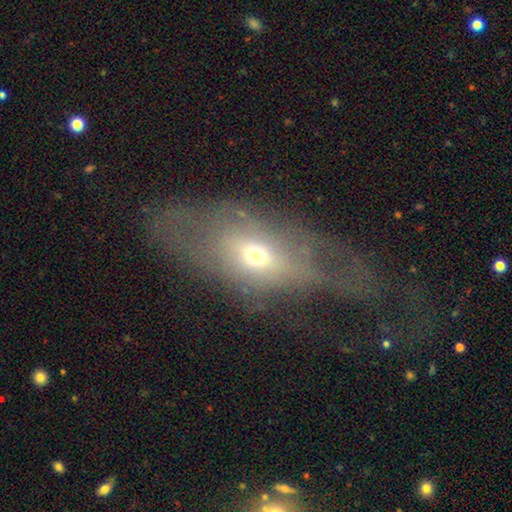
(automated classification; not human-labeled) A featured or disk galaxy (45%). Merging: major disturbance (41%).